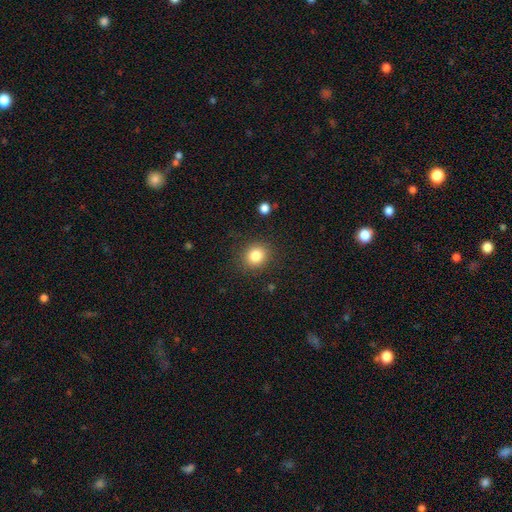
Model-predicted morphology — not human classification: Smooth or featured?
  - smooth: 83% *
  - star or artifact: 11%
  - featured or disk: 6%
How rounded?
  - round: 80% *
  - in between: 19%
  - cigar-shaped: 1%
Merging?
  - none: 87% *
  - minor disturbance: 8%
  - major disturbance: 3%
  - merger: 1%